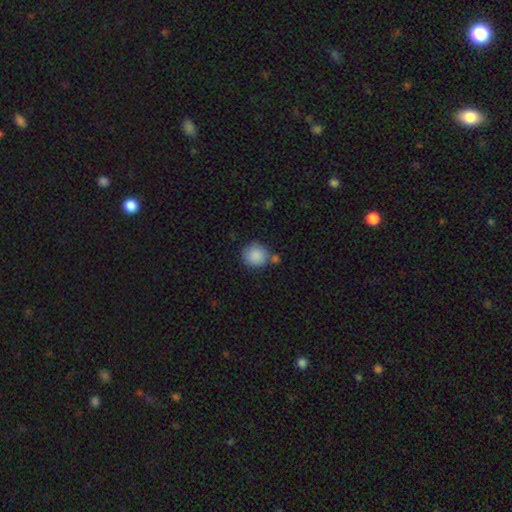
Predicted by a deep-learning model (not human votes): smooth-or-featured: smooth: 88% | star or artifact: 7% | featured or disk: 4%
  how-rounded: round: 90% | in between: 9% | cigar-shaped: 1%
  merging: none: 71% | minor disturbance: 13% | merger: 12% | major disturbance: 4%